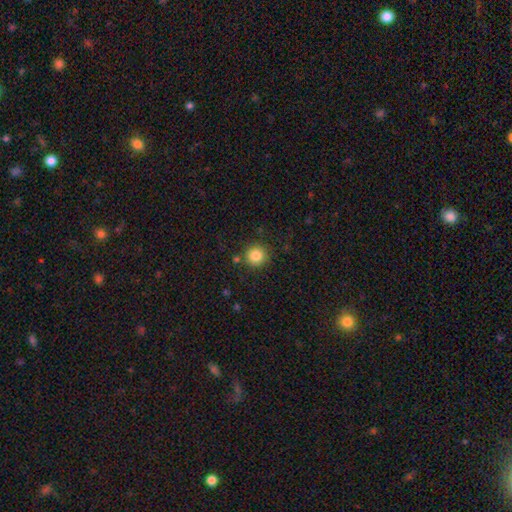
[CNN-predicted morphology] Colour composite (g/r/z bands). It shows a smooth galaxy with no disk features (84%) that is round (93%). Merging: none (86%).